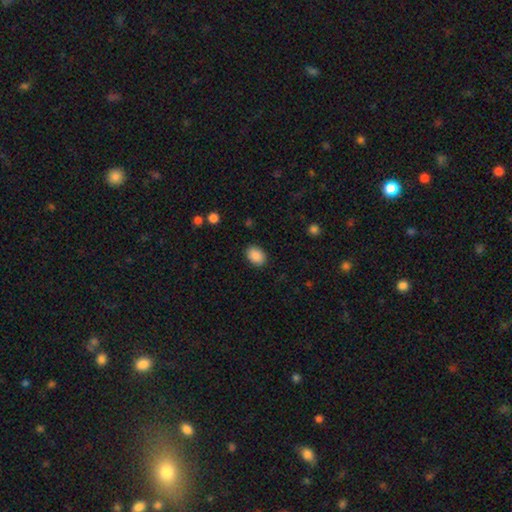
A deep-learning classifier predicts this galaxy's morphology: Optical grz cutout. It shows a smooth galaxy with no disk features (89%) that is in between round and cigar-shaped (75%). Merging: none (88%).